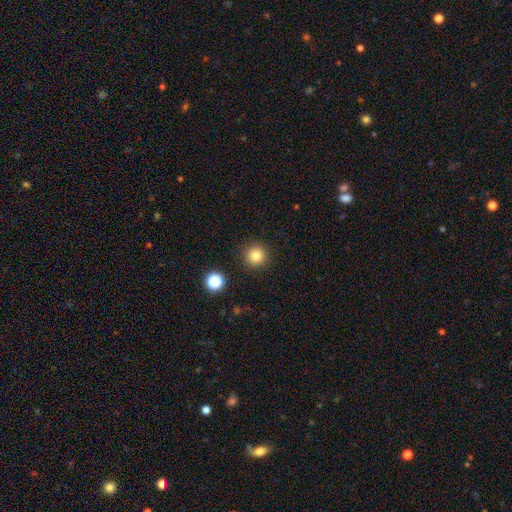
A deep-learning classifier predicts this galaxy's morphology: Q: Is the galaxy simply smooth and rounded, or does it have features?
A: smooth — 82%.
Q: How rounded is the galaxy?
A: round — 96%.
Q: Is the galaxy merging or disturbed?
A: none — 91%.